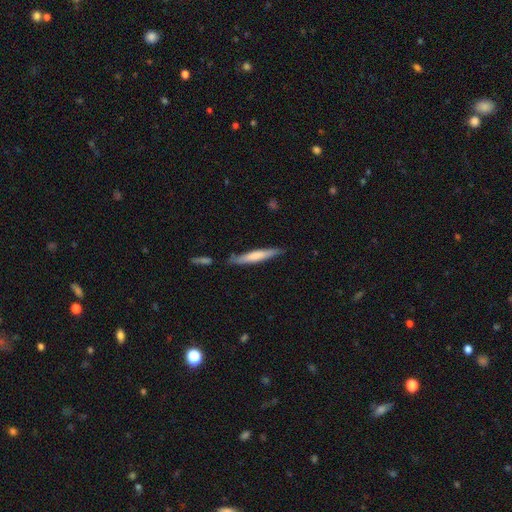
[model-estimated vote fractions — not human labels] Smooth or featured: smooth — 62% (featured or disk — 33%)
How rounded: cigar-shaped — 93% (in between — 6%)
Merging: none — 79% (minor disturbance — 14%)